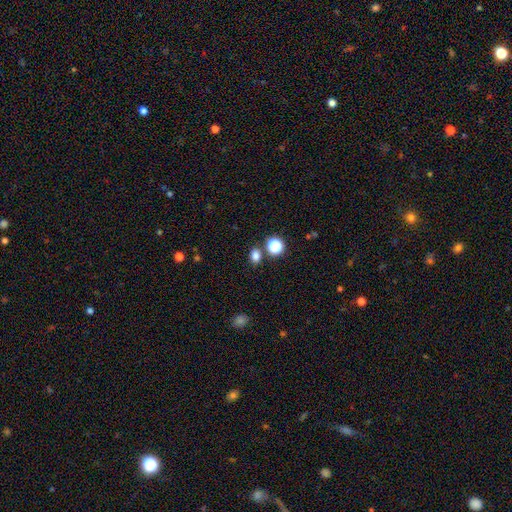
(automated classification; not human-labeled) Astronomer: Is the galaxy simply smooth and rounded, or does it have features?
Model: smooth — 78%.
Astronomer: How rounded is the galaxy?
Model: in between — 53% (runner-up: round, 46%).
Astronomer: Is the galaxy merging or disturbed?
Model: none — 78%.